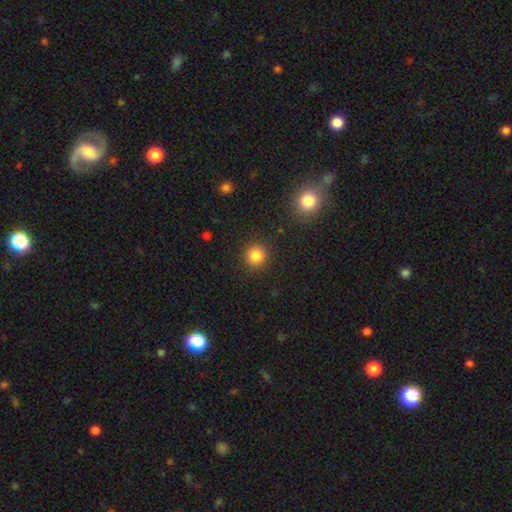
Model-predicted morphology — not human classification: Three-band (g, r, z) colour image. It shows a smooth galaxy with no disk features (84%) that is round (93%). Merging: none (90%).